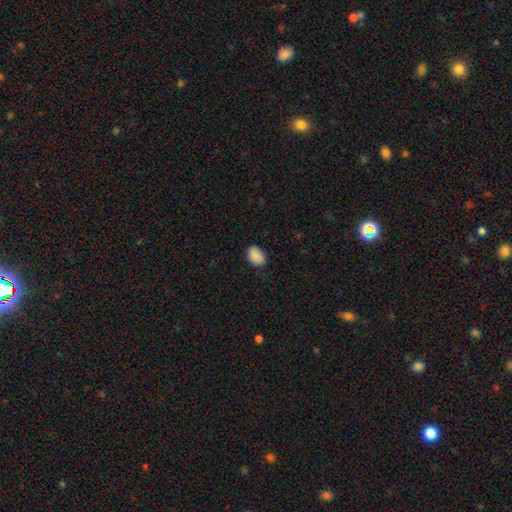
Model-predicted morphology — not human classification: A smooth galaxy with no disk features (89%) that is in between round and cigar-shaped (81%).

Vote fractions:
- Smooth or featured? smooth: 89% / star or artifact: 7% / featured or disk: 3%
- How rounded? in between: 81% / round: 18% / cigar-shaped: 1%
- Merging? none: 81% / minor disturbance: 15% / major disturbance: 3% / merger: 1%